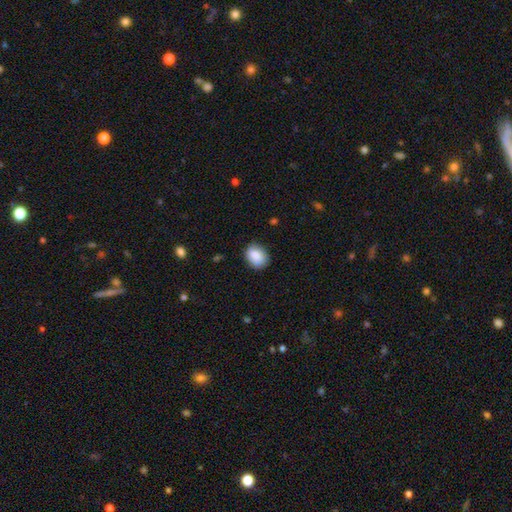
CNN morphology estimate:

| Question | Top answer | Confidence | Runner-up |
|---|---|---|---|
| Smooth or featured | smooth | 84% | featured or disk (9%) |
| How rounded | in between | 60% | round (39%) |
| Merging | none | 80% | minor disturbance (16%) |